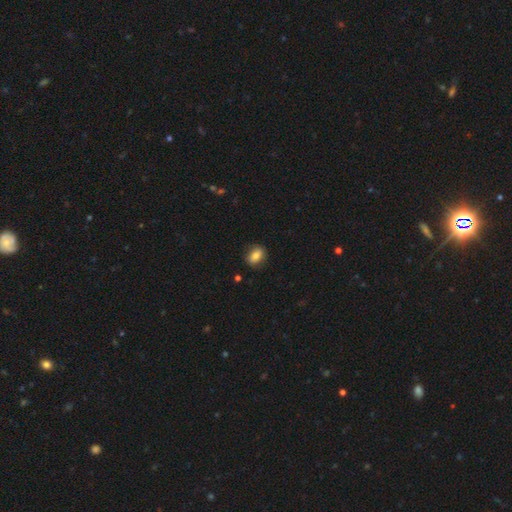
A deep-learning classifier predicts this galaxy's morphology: Overall: smooth (78%). How rounded: in between (74%). Merging: none (82%).